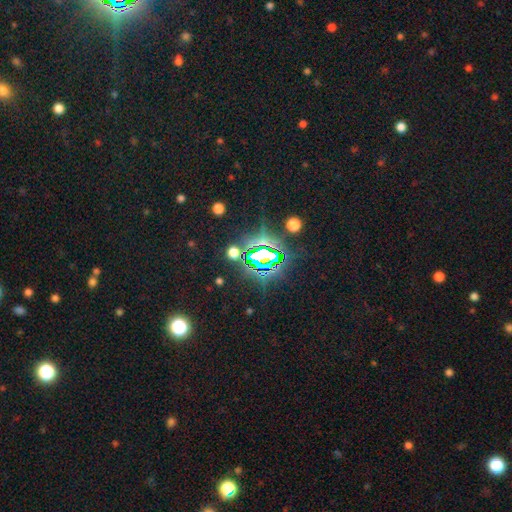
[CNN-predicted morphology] type=star or artifact (75%).